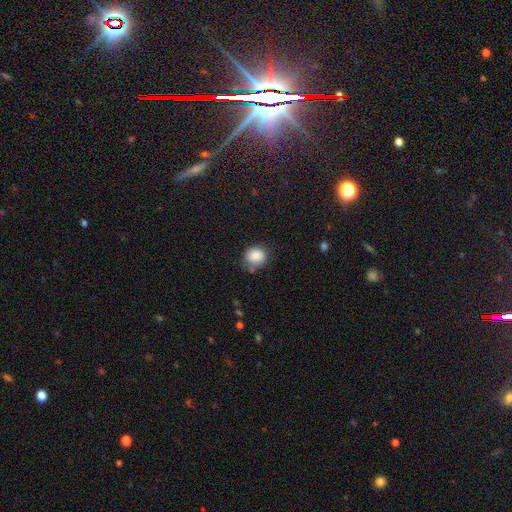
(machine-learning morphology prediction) Overall: smooth (86%). How rounded: round (75%). Merging: none (64%; minor disturbance 25%).